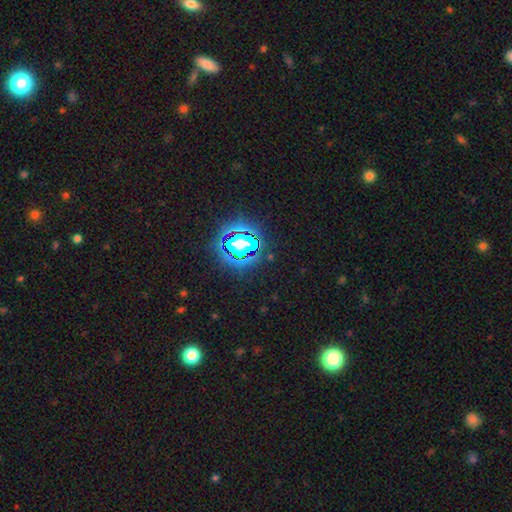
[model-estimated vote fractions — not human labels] This appears to be a star or artifact, not a galaxy (80%).